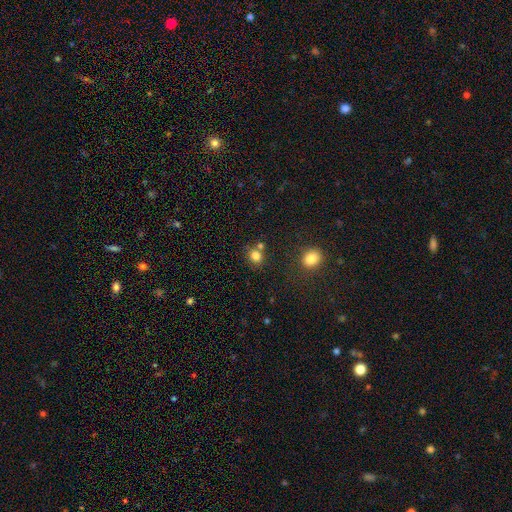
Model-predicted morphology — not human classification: Overall: smooth (80%). How rounded: round (79%). Merging: none (66%).